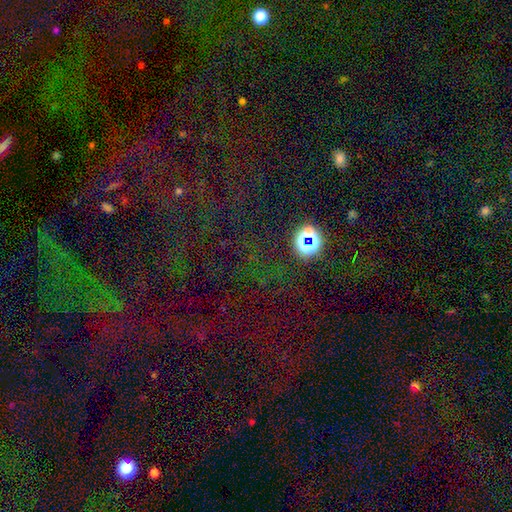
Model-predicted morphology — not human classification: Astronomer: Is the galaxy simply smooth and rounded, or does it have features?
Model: star or artifact — 78%.